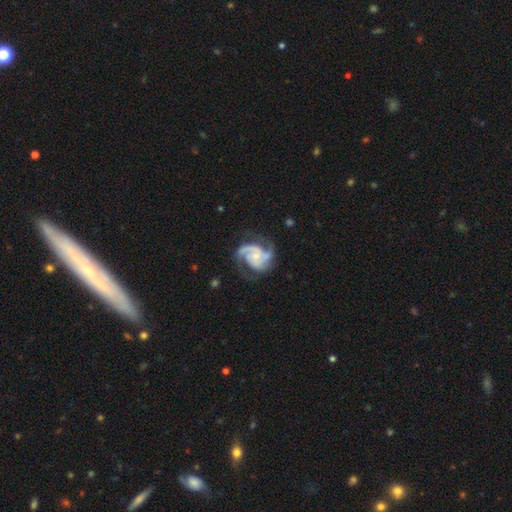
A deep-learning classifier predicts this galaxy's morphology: Smooth or featured?
  - featured or disk: 88% *
  - smooth: 7%
  - star or artifact: 5%
Edge-on disk?
  - no: 98% *
  - yes: 2%
Bar?
  - no: 66% *
  - weak: 27%
  - strong: 6%
Spiral arms?
  - yes: 97% *
  - no: 3%
Spiral winding?
  - medium: 52% *
  - tight: 32%
  - loose: 17%
Spiral arm count?
  - 2: 46% *
  - 3: 36%
  - can't tell: 7%
  - 4: 4%
  - 1: 4%
  - more than 4: 3%
Bulge size?
  - small: 62% *
  - moderate: 28%
  - none: 7%
  - large: 2%
  - dominant: 1%
Merging?
  - none: 63% *
  - minor disturbance: 21%
  - major disturbance: 14%
  - merger: 2%